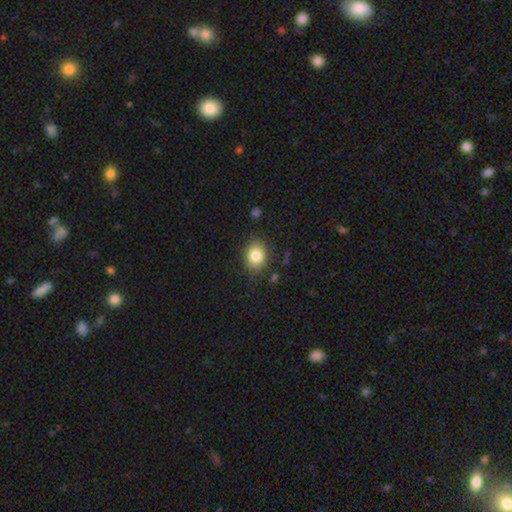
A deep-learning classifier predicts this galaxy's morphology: Smooth or featured? Predicted: smooth (p=0.82). How rounded? Predicted: in between (p=0.54). Merging? Predicted: none (p=0.83).